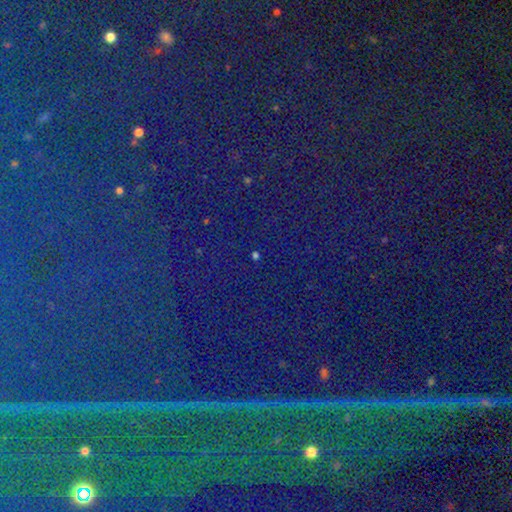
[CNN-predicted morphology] Overall: star or artifact (77%).